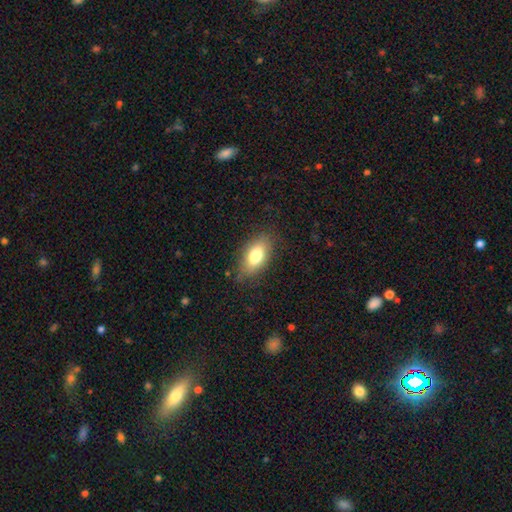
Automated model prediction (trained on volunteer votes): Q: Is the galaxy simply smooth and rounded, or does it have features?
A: smooth — 77%.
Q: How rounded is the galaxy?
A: in between — 88%.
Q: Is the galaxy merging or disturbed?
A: none — 81%.